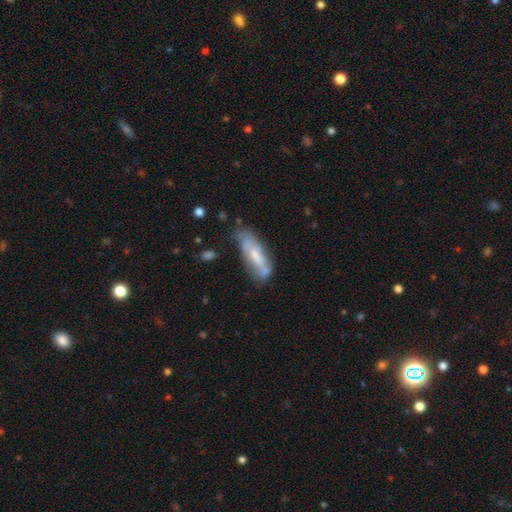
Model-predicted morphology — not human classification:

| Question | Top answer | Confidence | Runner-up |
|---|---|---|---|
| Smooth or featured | smooth | 50% | featured or disk (43%) |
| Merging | none | 48% | minor disturbance (29%) |